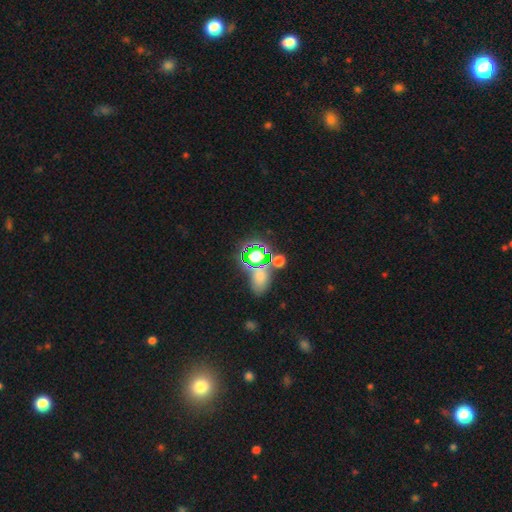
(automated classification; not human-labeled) Q: Smooth or featured?
A: star or artifact (55%); runner-up: smooth (34%)